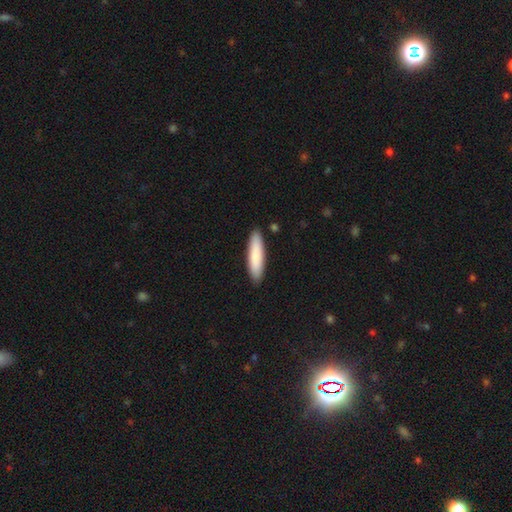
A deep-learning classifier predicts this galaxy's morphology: A smooth galaxy with no disk features (84%) that is cigar-shaped (74%). Merging: none (89%).